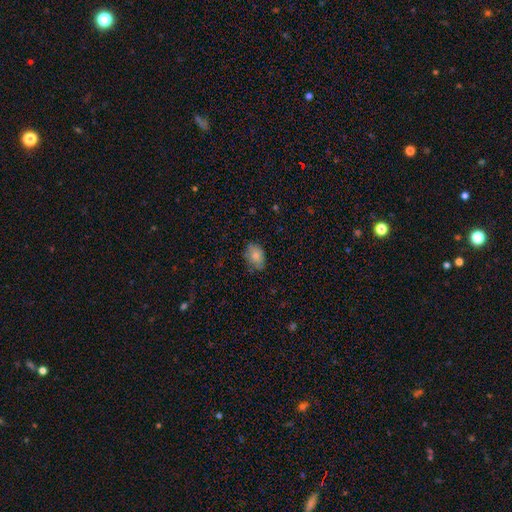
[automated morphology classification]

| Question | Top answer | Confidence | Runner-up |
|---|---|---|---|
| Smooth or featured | smooth | 79% | featured or disk (12%) |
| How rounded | in between | 74% | round (24%) |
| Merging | none | 70% | minor disturbance (24%) |